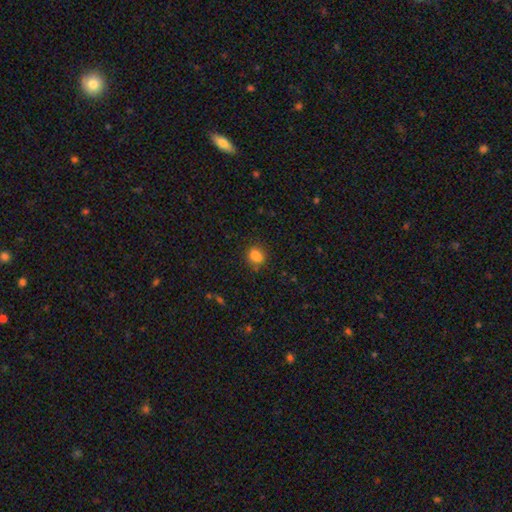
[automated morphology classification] Smooth or featured? smooth (81%)
How rounded? round (55%)
Merging? none (65%)